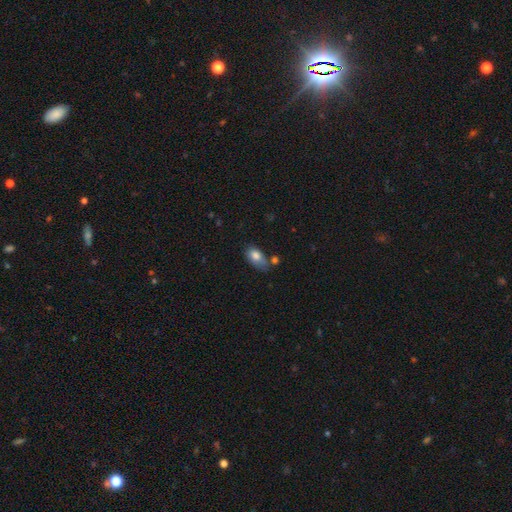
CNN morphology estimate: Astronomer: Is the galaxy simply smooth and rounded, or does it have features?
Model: smooth — 80%.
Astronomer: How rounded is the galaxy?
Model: in between — 90%.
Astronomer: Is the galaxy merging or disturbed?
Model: none — 47% (runner-up: minor disturbance, 29%).